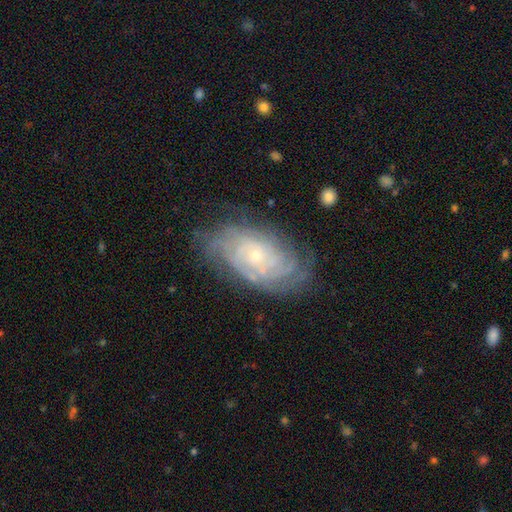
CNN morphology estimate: A featured or disk galaxy (85%) with no bar (79%), tight (77%) spiral arms (96%) and a small central bulge (79%). Merging: none (73%).